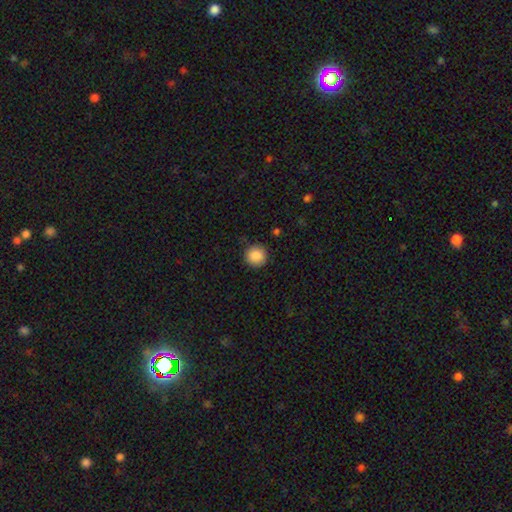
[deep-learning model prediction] Q: Smooth or featured?
A: smooth (88%); runner-up: star or artifact (9%)
Q: How rounded?
A: round (94%); runner-up: in between (5%)
Q: Merging?
A: none (89%); runner-up: minor disturbance (8%)